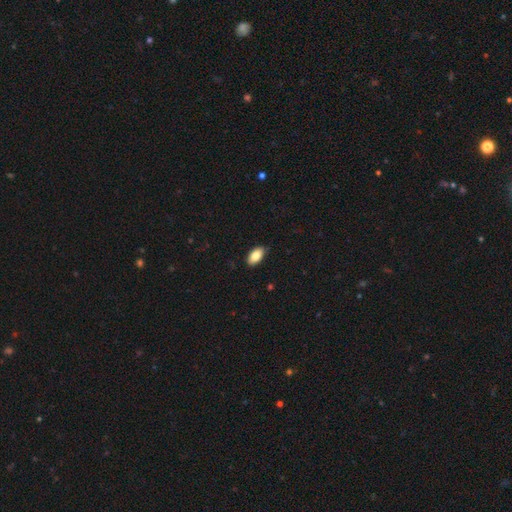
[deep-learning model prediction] smooth-or-featured: smooth: 85% | featured or disk: 8% | star or artifact: 7%
  how-rounded: in between: 94% | round: 3% | cigar-shaped: 3%
  merging: none: 85% | minor disturbance: 13% | major disturbance: 2% | merger: 1%